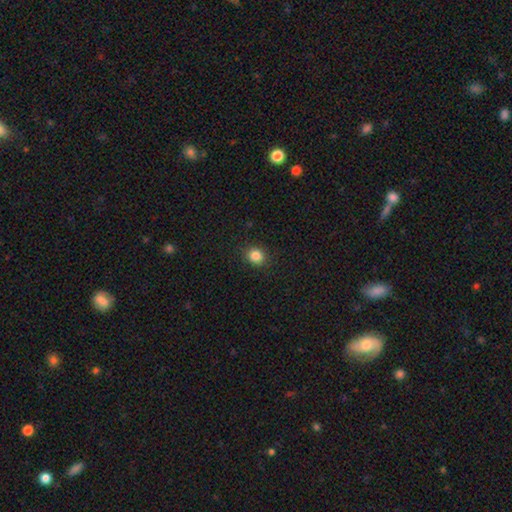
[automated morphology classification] The model was most divided on "how rounded": round: 79%, in between: 20%, cigar-shaped: 1%. More confident: merging — none (90%); smooth or featured — smooth (84%).